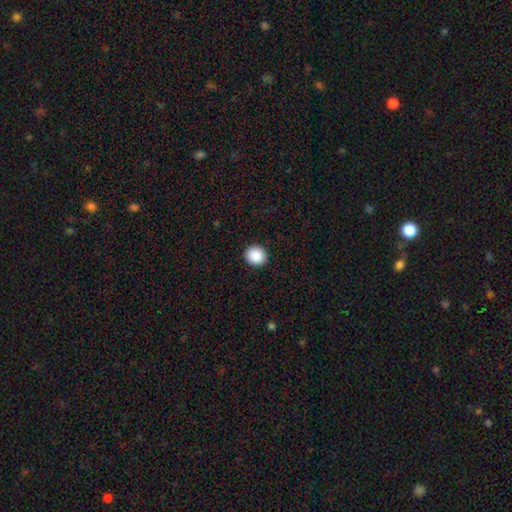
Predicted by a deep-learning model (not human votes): This appears to be a smooth galaxy with no disk features (89%) that is round (83%). Merging: none (92%).